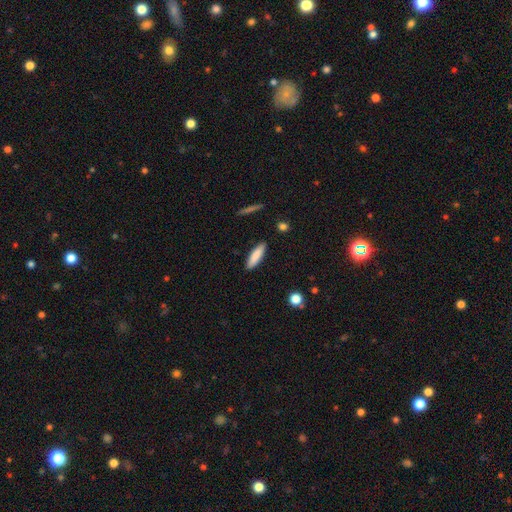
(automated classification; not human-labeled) Smooth or featured: smooth — 86% (featured or disk — 8%)
How rounded: cigar-shaped — 61% (in between — 37%)
Merging: none — 89% (minor disturbance — 8%)